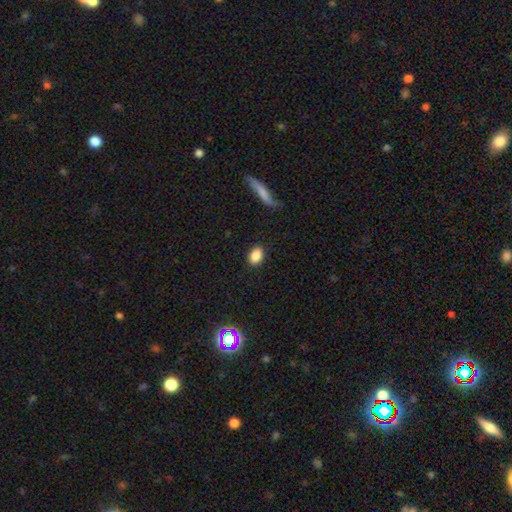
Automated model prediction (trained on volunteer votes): smooth_or_featured: smooth (p=0.87) [alt: star or artifact p=0.08]
how_rounded: in between (p=0.79) [alt: round p=0.19]
merging: none (p=0.87) [alt: minor disturbance p=0.09]